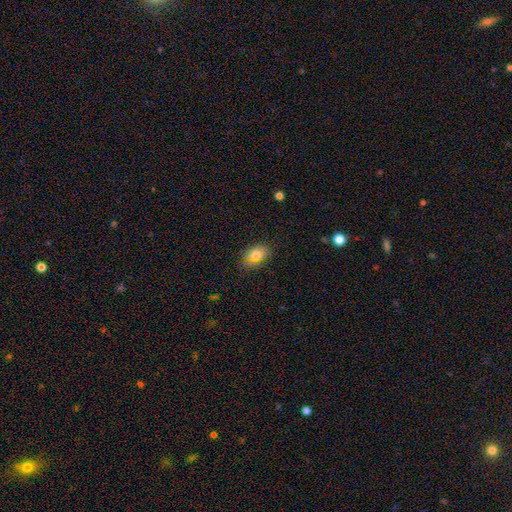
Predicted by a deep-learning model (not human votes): smooth-or-featured: smooth: 75% | star or artifact: 15% | featured or disk: 10%
  how-rounded: in between: 82% | round: 15% | cigar-shaped: 3%
  merging: none: 82% | minor disturbance: 13% | major disturbance: 3% | merger: 1%